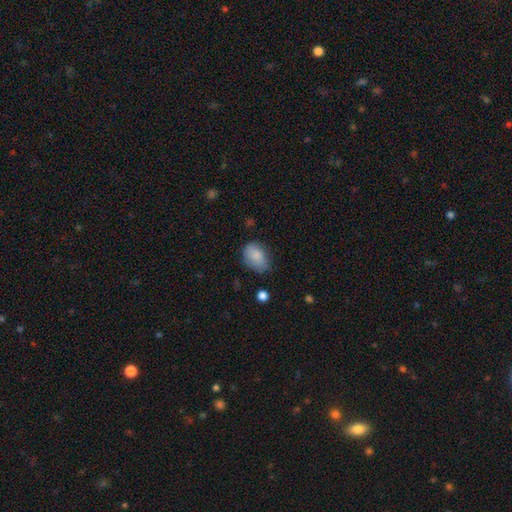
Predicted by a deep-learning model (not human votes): A smooth galaxy with no disk features (86%) that is in between round and cigar-shaped (81%).

Vote fractions:
- Smooth or featured? smooth: 86% / star or artifact: 7% / featured or disk: 7%
- How rounded? in between: 81% / round: 18% / cigar-shaped: 1%
- Merging? none: 66% / minor disturbance: 26% / major disturbance: 6% / merger: 2%